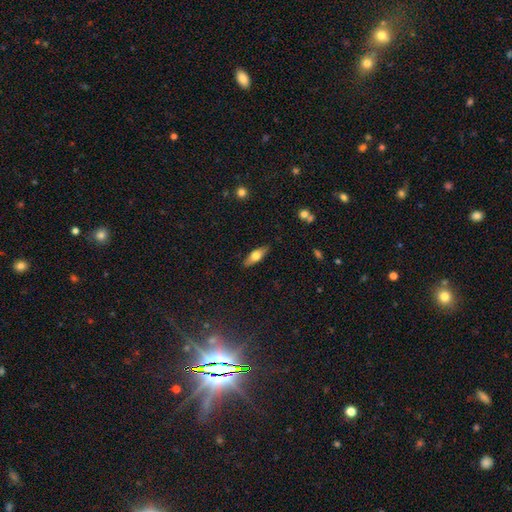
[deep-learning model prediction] A smooth galaxy with no disk features (61%) that is in between round and cigar-shaped (62%).

Vote fractions:
- Smooth or featured? smooth: 61% / featured or disk: 32% / star or artifact: 7%
- How rounded? in between: 62% / cigar-shaped: 35% / round: 3%
- Merging? none: 86% / minor disturbance: 11% / major disturbance: 2% / merger: 1%